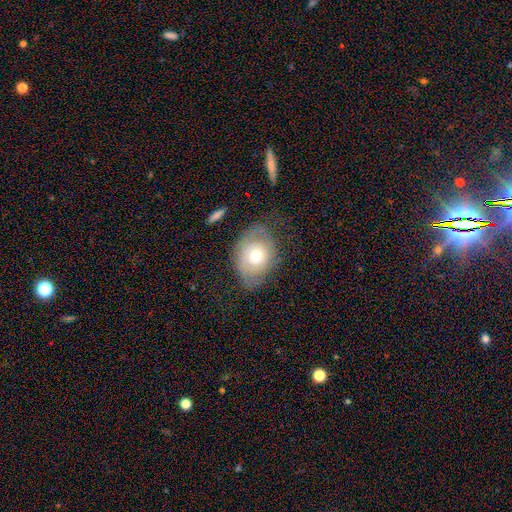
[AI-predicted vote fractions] Morphology: type=smooth (56%); roundness=in between (64%); merging=none (55%).